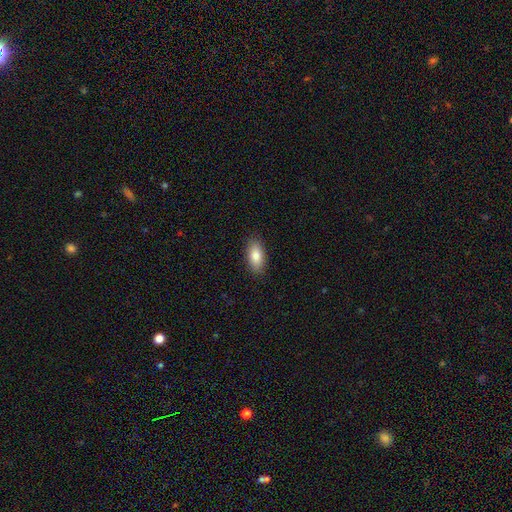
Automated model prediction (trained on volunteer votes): smooth 83%, featured or disk 10%, star or artifact 7%. Down the decision tree: how rounded — in between (89%); merging — none (88%).